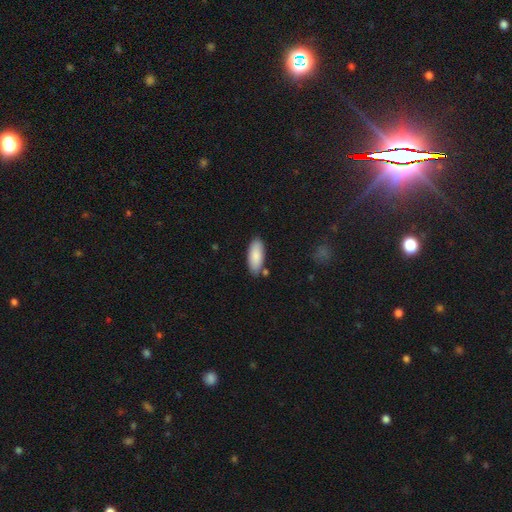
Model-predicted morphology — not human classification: The model was most divided on "how rounded": in between: 82%, cigar-shaped: 16%, round: 2%. More confident: smooth or featured — smooth (87%); merging — none (80%).